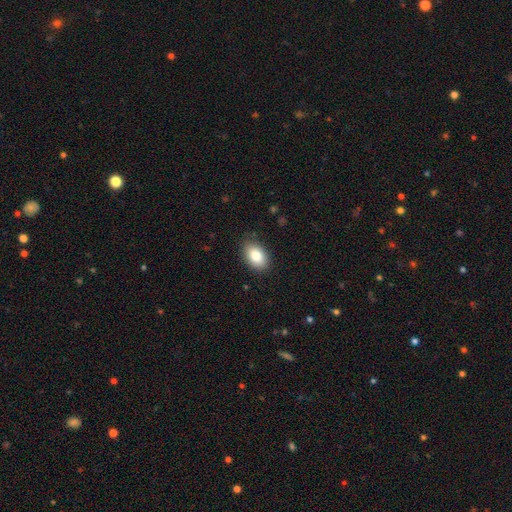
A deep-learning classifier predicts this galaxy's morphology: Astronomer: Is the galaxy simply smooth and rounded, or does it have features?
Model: smooth — 84%.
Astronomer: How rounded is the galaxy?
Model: in between — 89%.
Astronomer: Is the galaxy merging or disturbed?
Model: none — 85%.